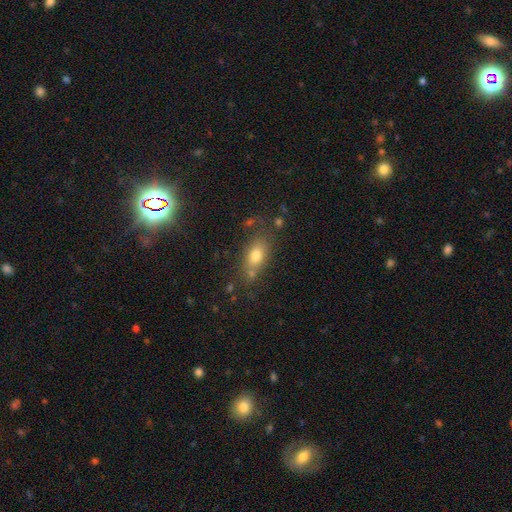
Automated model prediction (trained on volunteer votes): A smooth galaxy with no disk features (70%) that is in between round and cigar-shaped (75%). Merging: none (69%).